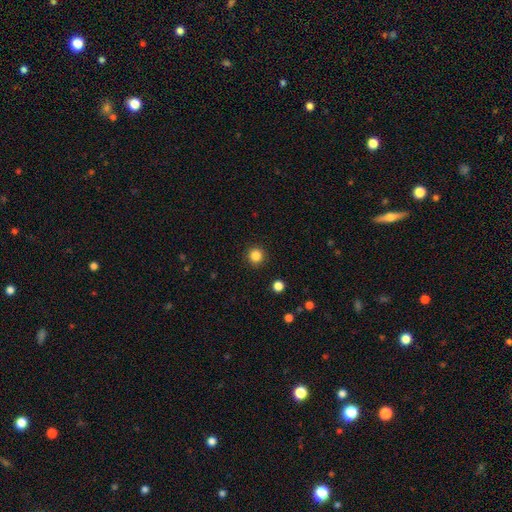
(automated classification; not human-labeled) smooth_or_featured: smooth (p=0.85) [alt: star or artifact p=0.12]
how_rounded: round (p=0.94) [alt: in between p=0.05]
merging: none (p=0.92) [alt: minor disturbance p=0.05]